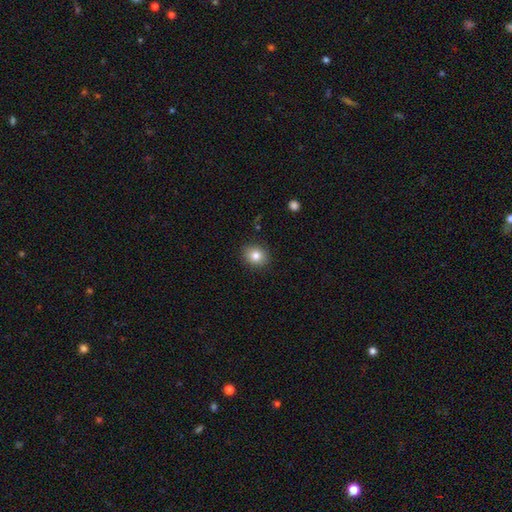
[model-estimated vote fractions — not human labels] Smooth or featured? Predicted: smooth (p=0.82). How rounded? Predicted: round (p=0.74). Merging? Predicted: none (p=0.89).